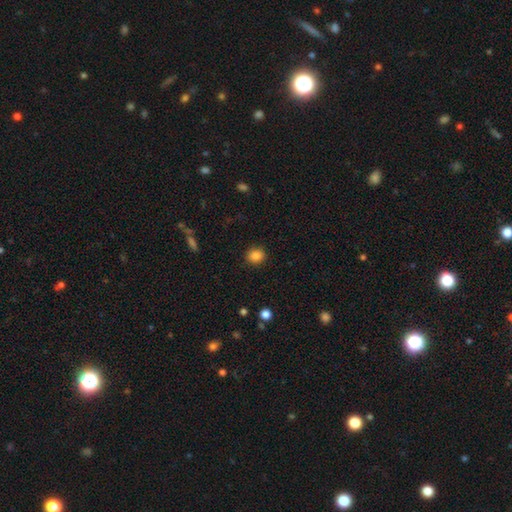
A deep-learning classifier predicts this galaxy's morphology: type=smooth (85%); roundness=round (79%); merging=none (90%).